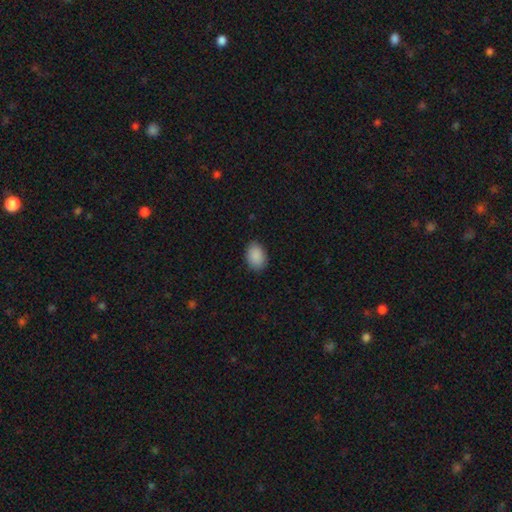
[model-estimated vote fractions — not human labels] A smooth galaxy with no disk features (90%) that is in between round and cigar-shaped (79%). Merging: none (87%).